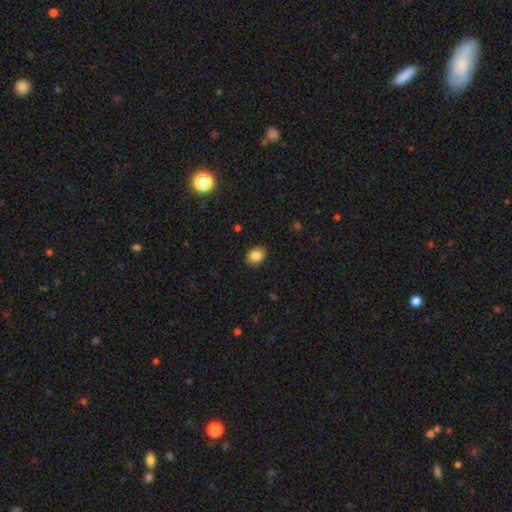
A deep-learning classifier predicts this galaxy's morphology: A smooth galaxy with no disk features (86%) that is in between round and cigar-shaped (64%). Merging: none (88%).